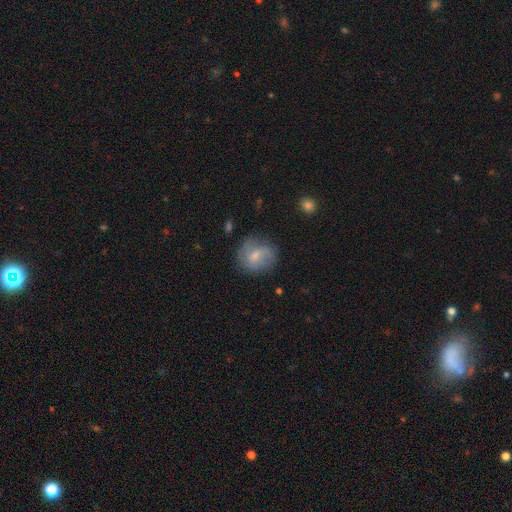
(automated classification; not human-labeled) smooth_or_featured: smooth (p=0.55) [alt: featured or disk p=0.37]
how_rounded: round (p=0.69) [alt: in between p=0.29]
merging: none (p=0.66) [alt: minor disturbance p=0.23]